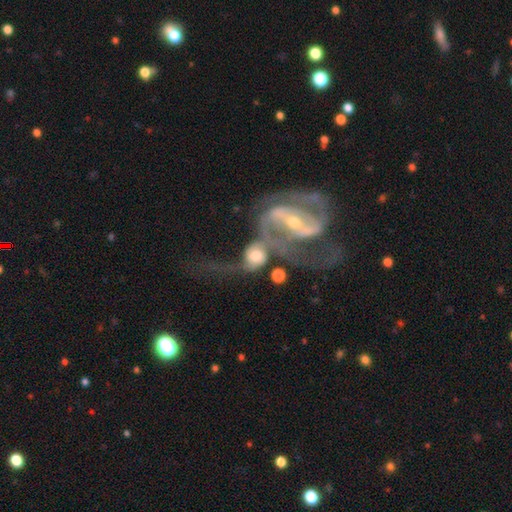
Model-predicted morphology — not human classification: Smooth or featured?
  - featured or disk: 76% *
  - smooth: 18%
  - star or artifact: 7%
Edge-on disk?
  - no: 96% *
  - yes: 4%
Bar?
  - no: 43% *
  - weak: 33%
  - strong: 24%
Spiral arms?
  - yes: 90% *
  - no: 10%
Spiral winding?
  - loose: 53% *
  - medium: 35%
  - tight: 11%
Spiral arm count?
  - 2: 83% *
  - can't tell: 6%
  - 1: 5%
  - 3: 3%
  - 4: 2%
  - more than 4: 2%
Bulge size?
  - moderate: 51% *
  - small: 30%
  - large: 14%
  - none: 3%
  - dominant: 3%
Merging?
  - merger: 59% *
  - none: 17%
  - major disturbance: 15%
  - minor disturbance: 9%